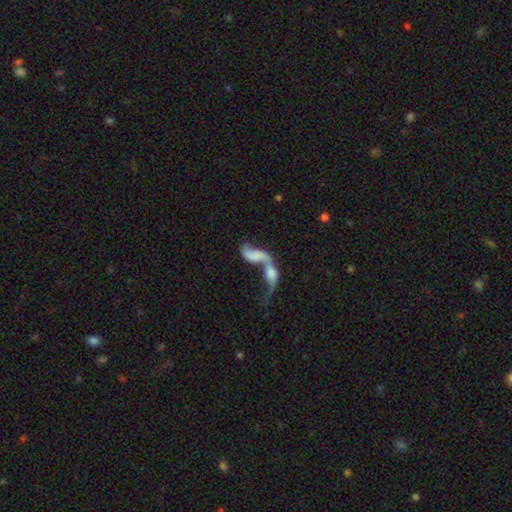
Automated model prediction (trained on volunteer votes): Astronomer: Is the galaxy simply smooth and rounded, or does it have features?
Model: featured or disk — 56% (runner-up: smooth, 36%).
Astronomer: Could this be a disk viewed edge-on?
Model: no — 91%.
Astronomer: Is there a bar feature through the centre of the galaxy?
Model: no — 65%.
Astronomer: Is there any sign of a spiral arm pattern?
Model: yes — 68%.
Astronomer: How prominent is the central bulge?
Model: none — 54%.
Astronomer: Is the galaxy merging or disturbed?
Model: merger — 79%.